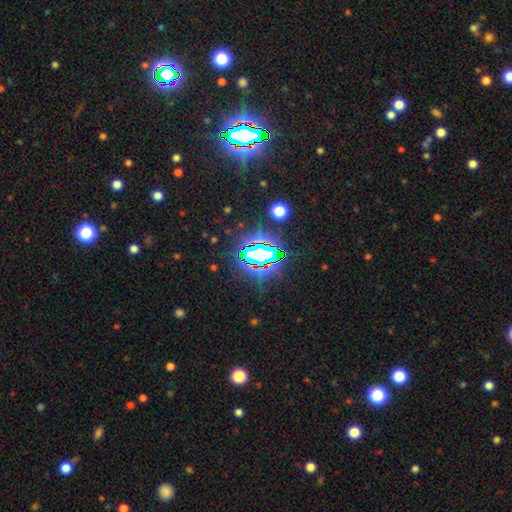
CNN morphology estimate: Overall: star or artifact (78%).